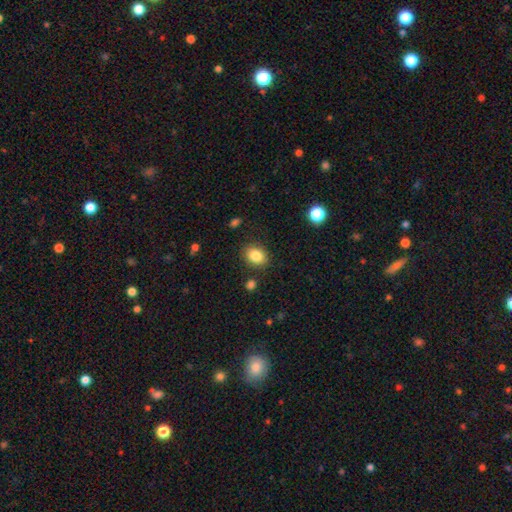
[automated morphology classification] smooth-or-featured: smooth: 85% | star or artifact: 9% | featured or disk: 6%
  how-rounded: in between: 62% | round: 37% | cigar-shaped: 1%
  merging: none: 84% | minor disturbance: 10% | major disturbance: 3% | merger: 2%